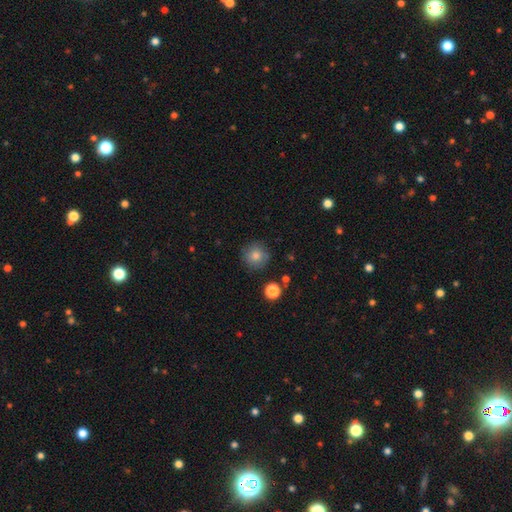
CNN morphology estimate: This appears to be a smooth galaxy with no disk features (81%) that is round (94%). Merging: none (84%).